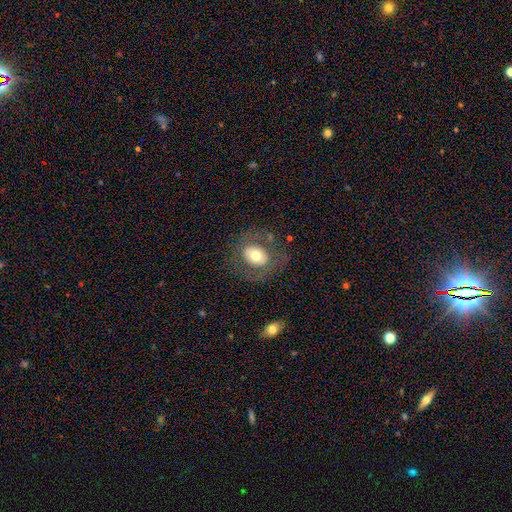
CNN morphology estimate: A smooth galaxy with no disk features (60%) that is in between round and cigar-shaped (55%).

Vote fractions:
- Smooth or featured? smooth: 60% / featured or disk: 32% / star or artifact: 8%
- How rounded? in between: 55% / round: 44% / cigar-shaped: 1%
- Merging? none: 72% / minor disturbance: 14% / major disturbance: 11% / merger: 2%